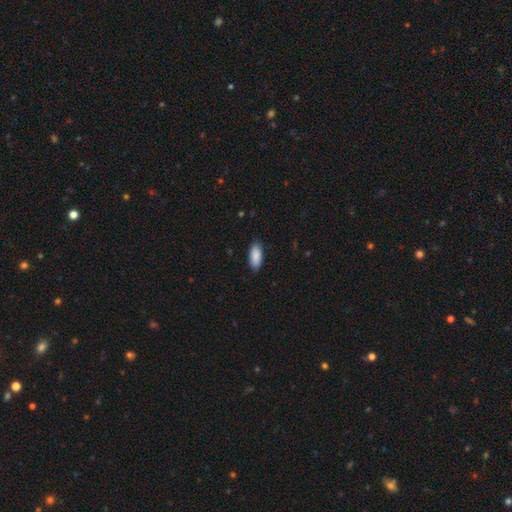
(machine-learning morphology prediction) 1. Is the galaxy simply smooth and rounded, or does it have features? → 89% smooth, 6% star or artifact, 5% featured or disk.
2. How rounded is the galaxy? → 85% in between, 13% cigar-shaped, 2% round.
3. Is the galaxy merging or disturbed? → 86% none, 11% minor disturbance, 2% major disturbance, 1% merger.